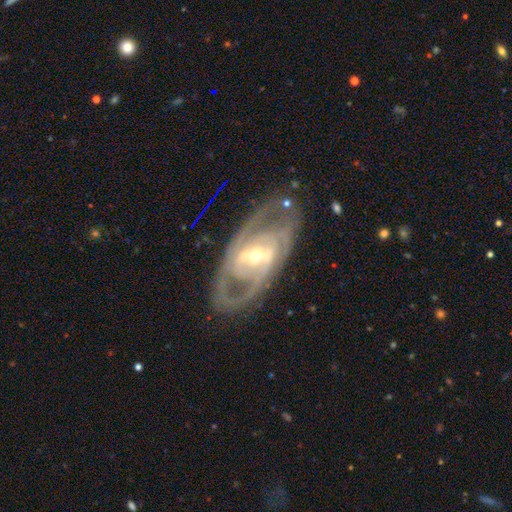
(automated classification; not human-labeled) A featured or disk galaxy (89%) with a weak bar (39%), 2 (60%) tight (46%) spiral arms (92%) and a small central bulge (60%). Merging: none (74%).